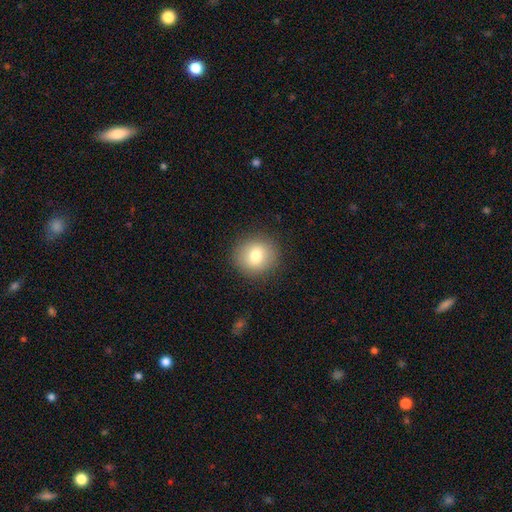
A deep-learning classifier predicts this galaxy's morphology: This appears to be a smooth galaxy with no disk features (78%) that is round (88%). Merging: none (89%).